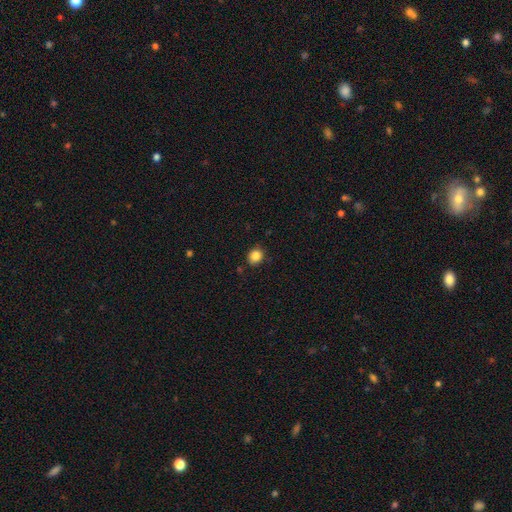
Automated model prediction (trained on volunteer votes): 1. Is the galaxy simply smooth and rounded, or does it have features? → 85% smooth, 10% star or artifact, 5% featured or disk.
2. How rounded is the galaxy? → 71% round, 28% in between, 1% cigar-shaped.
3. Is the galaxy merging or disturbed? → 84% none, 12% minor disturbance, 2% major disturbance, 2% merger.